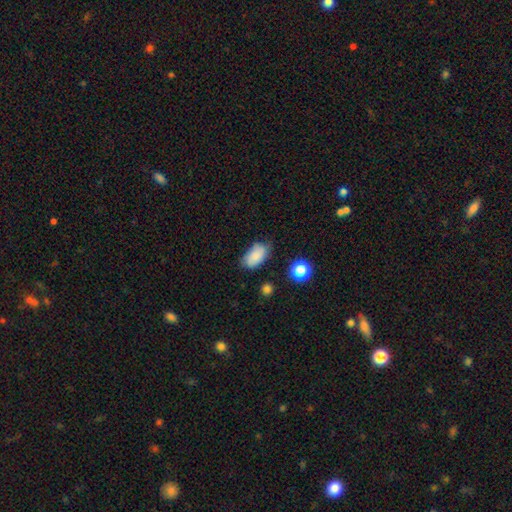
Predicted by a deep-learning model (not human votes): A smooth galaxy with no disk features (81%) that is in between round and cigar-shaped (92%).

Vote fractions:
- Smooth or featured? smooth: 81% / featured or disk: 11% / star or artifact: 8%
- How rounded? in between: 92% / round: 6% / cigar-shaped: 2%
- Merging? none: 65% / minor disturbance: 26% / major disturbance: 6% / merger: 3%